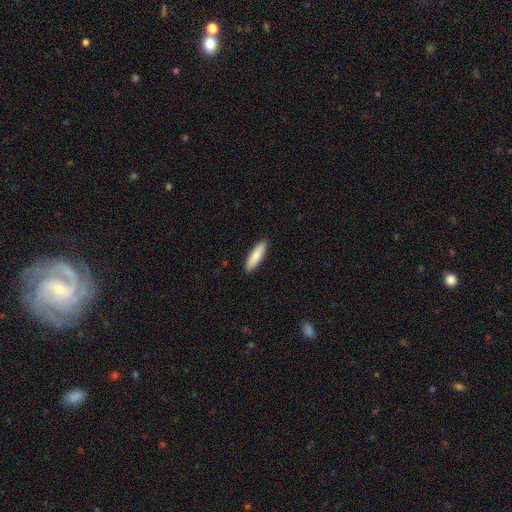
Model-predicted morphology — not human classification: A smooth galaxy with no disk features (80%) that is cigar-shaped (63%).

Vote fractions:
- Smooth or featured? smooth: 80% / featured or disk: 15% / star or artifact: 5%
- How rounded? cigar-shaped: 63% / in between: 35% / round: 2%
- Merging? none: 91% / minor disturbance: 7% / major disturbance: 1% / merger: 1%